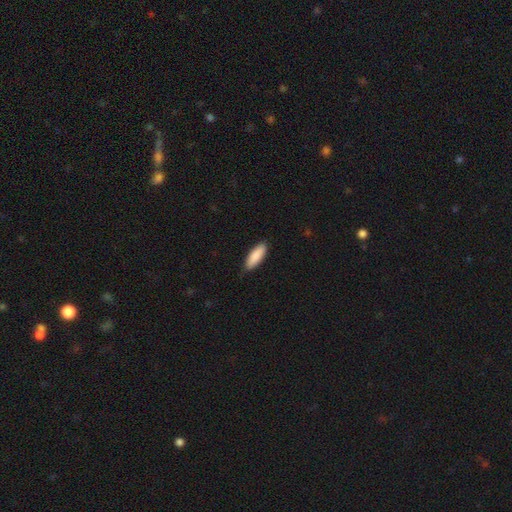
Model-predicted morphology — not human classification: Smooth or featured? smooth (89%)
How rounded? in between (61%)
Merging? none (84%)